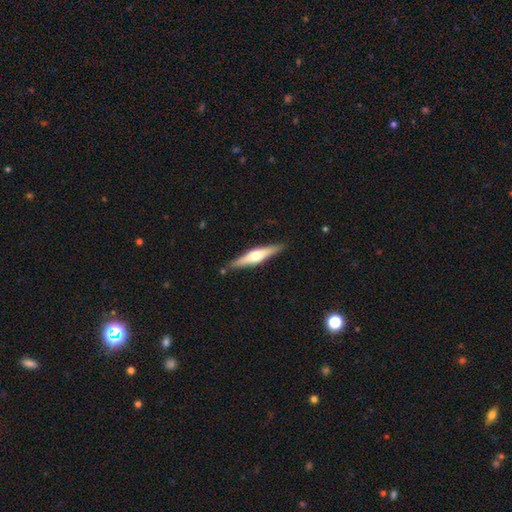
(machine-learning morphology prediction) The model was most divided on "smooth or featured": featured or disk: 61%, smooth: 34%, star or artifact: 5%. More confident: edge-on disk — yes (96%); edge-on bulge — rounded (91%); merging — none (87%).